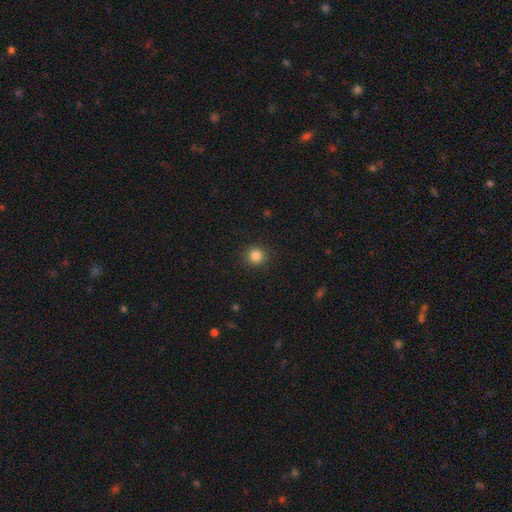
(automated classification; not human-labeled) Smooth or featured: smooth — 85% (star or artifact — 12%)
How rounded: round — 94% (in between — 6%)
Merging: none — 91% (minor disturbance — 5%)